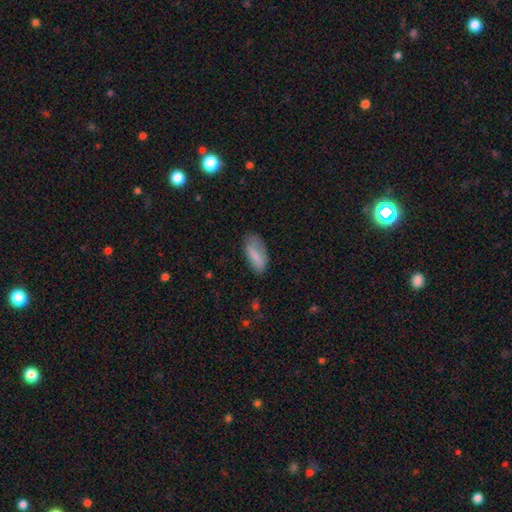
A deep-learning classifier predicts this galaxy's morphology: Overall: smooth (75%). How rounded: in between (86%). Merging: none (68%).